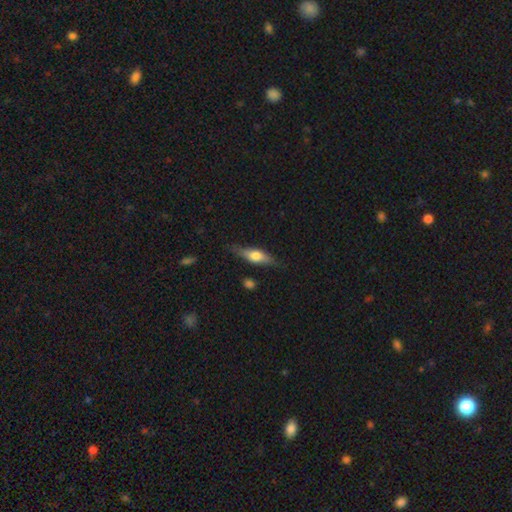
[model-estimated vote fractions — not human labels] This is possibly a smooth galaxy (51%). How rounded: possibly cigar-shaped (52%). Merging: likely none (75%).